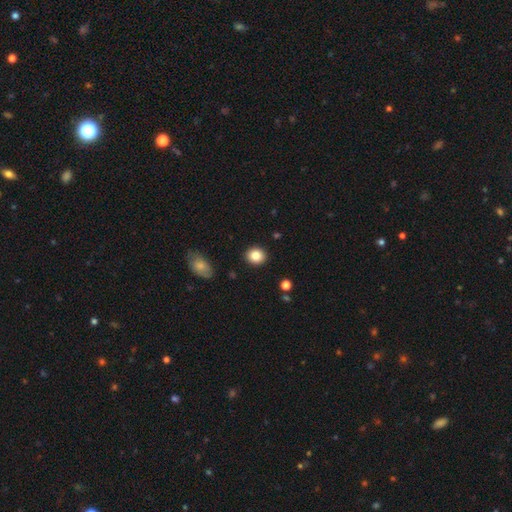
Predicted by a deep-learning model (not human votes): Overall: smooth (84%). How rounded: round (78%). Merging: none (91%).